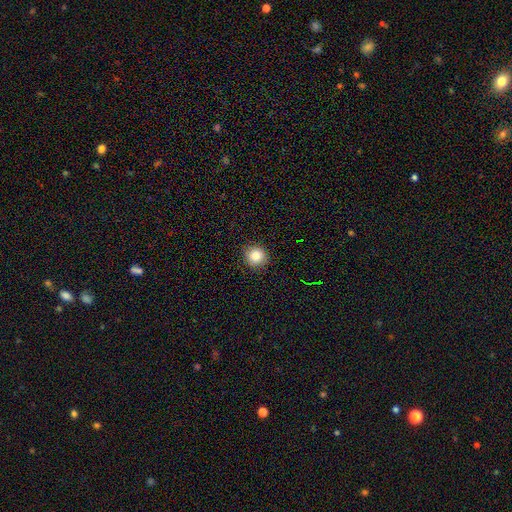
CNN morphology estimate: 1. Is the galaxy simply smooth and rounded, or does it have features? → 83% smooth, 11% star or artifact, 6% featured or disk.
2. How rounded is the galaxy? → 92% round, 7% in between, 1% cigar-shaped.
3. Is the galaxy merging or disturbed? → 90% none, 7% minor disturbance, 2% major disturbance, 1% merger.